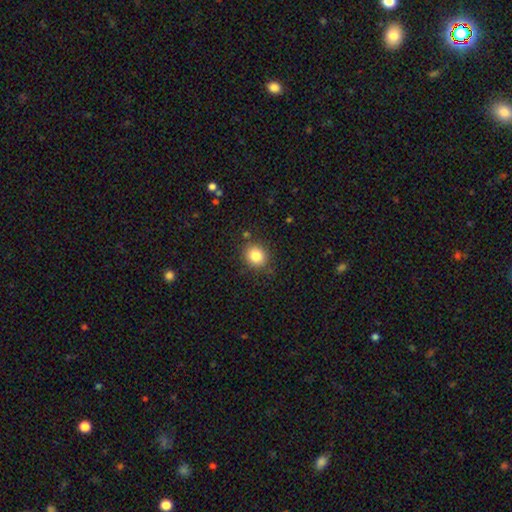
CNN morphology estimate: smooth 83%, star or artifact 10%, featured or disk 6%. Down the decision tree: how rounded — round (70%); merging — none (85%).